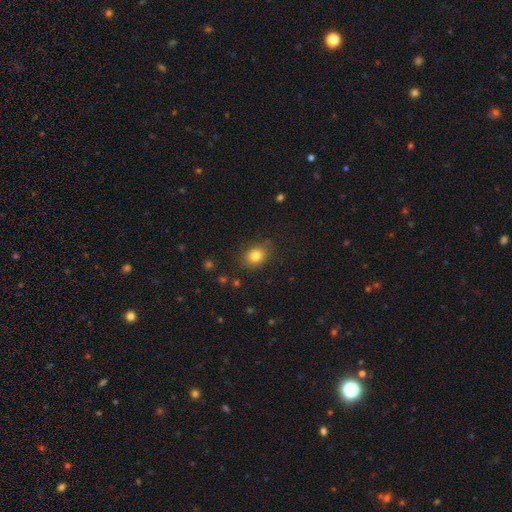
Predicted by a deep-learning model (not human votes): smooth 80%, star or artifact 11%, featured or disk 9%. Down the decision tree: how rounded — in between (56%); merging — none (82%).